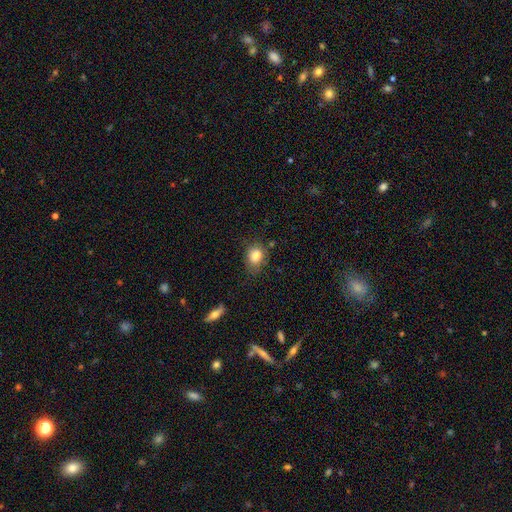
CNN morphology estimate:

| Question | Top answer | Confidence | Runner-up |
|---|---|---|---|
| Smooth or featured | smooth | 83% | star or artifact (9%) |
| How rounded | in between | 55% | round (44%) |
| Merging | none | 67% | minor disturbance (23%) |